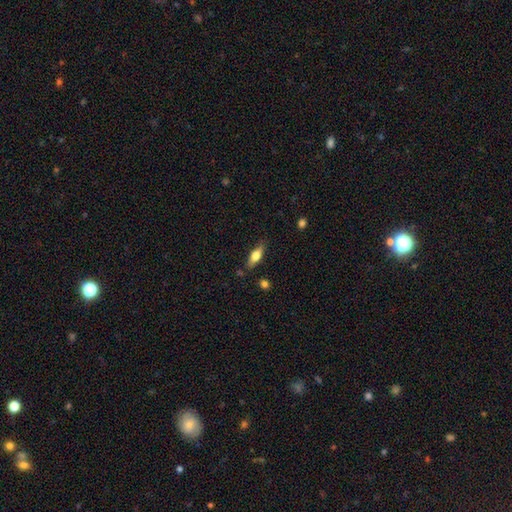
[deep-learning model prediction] Smooth or featured? Predicted: smooth (p=0.64). How rounded? Predicted: in between (p=0.66). Merging? Predicted: none (p=0.79).